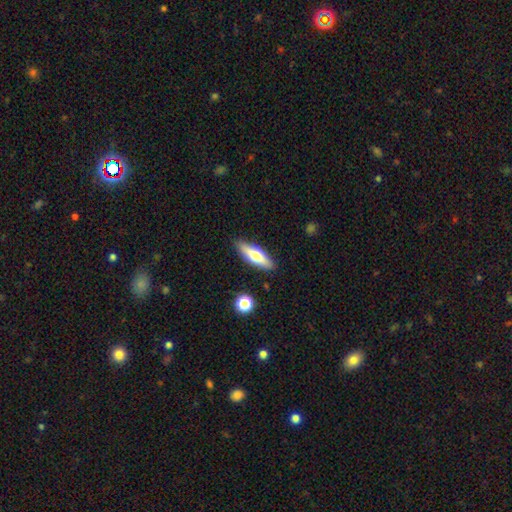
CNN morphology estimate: Overall: smooth (55%; featured or disk 39%). How rounded: cigar-shaped (53%; in between 45%). Merging: none (87%).